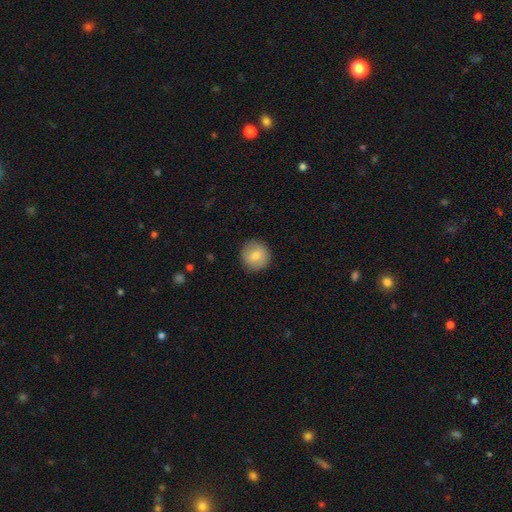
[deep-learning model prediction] This is likely a smooth galaxy (79%). How rounded: clearly round (94%). Merging: clearly none (89%).